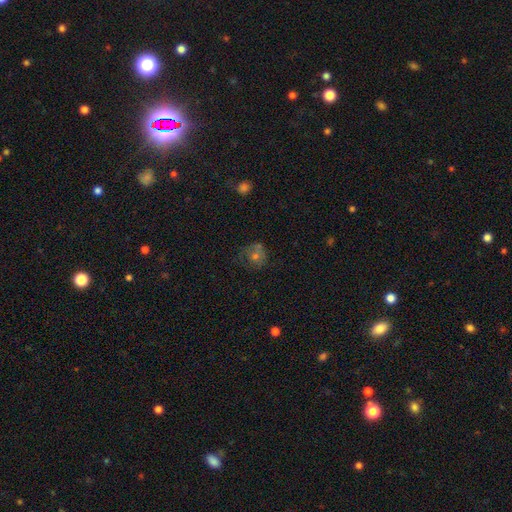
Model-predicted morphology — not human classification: smooth 46%, featured or disk 33%, star or artifact 21%. Down the decision tree: merging — none (56%).